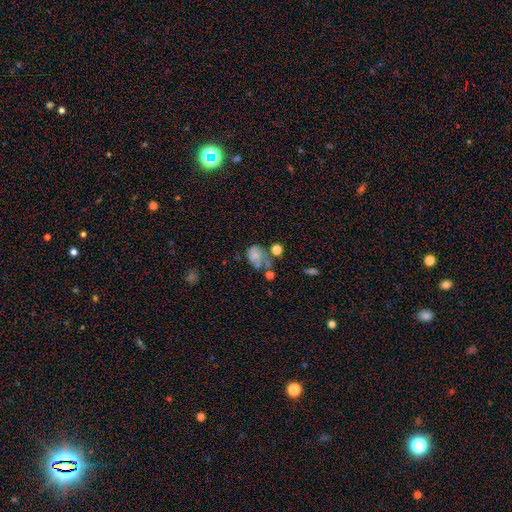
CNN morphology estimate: smooth_or_featured: smooth (p=0.55) [alt: featured or disk p=0.31]
how_rounded: in between (p=0.57) [alt: round p=0.42]
merging: none (p=0.30) [alt: major disturbance p=0.26]